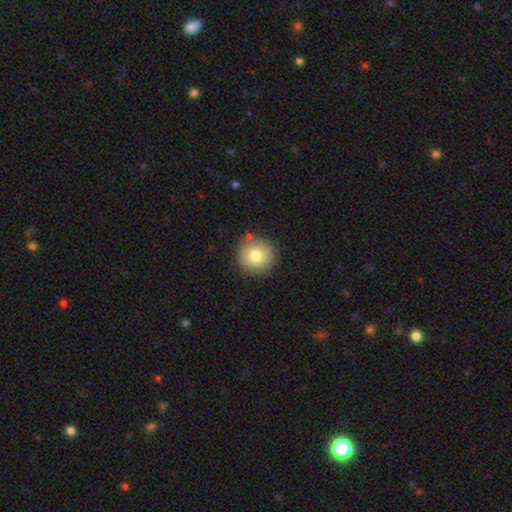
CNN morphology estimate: smooth 79%, featured or disk 11%, star or artifact 10%. Down the decision tree: how rounded — round (95%); merging — none (86%).